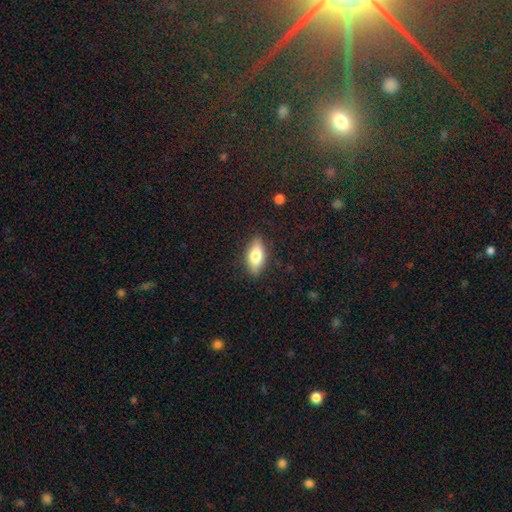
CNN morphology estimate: Overall: smooth (74%). How rounded: in between (83%). Merging: none (85%).